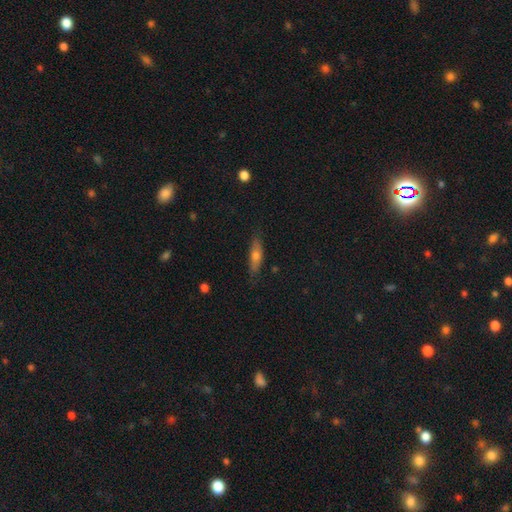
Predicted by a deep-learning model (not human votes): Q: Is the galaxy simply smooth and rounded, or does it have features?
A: smooth — 57%.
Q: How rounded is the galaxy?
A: cigar-shaped — 64%.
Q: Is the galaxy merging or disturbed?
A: none — 83%.